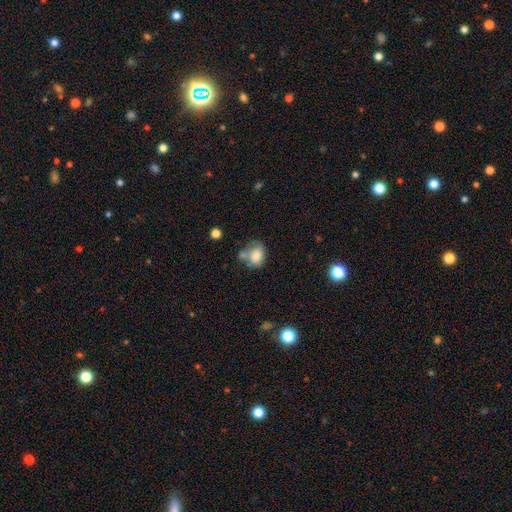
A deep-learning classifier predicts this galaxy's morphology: Overall: smooth (74%). How rounded: in between (57%; round 42%). Merging: none (37%; merger 27%).